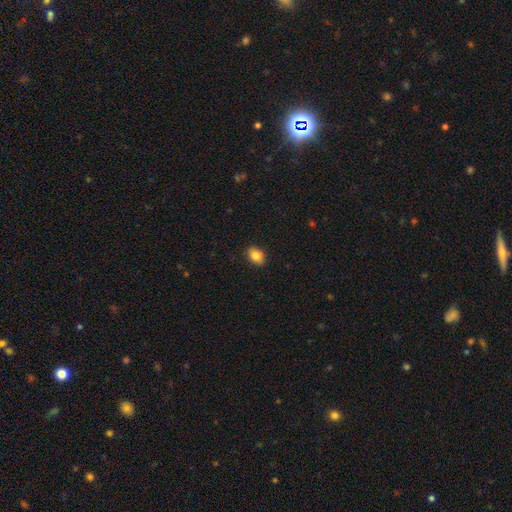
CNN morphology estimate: smooth 83%, star or artifact 9%, featured or disk 8%. Down the decision tree: how rounded — in between (78%); merging — none (89%).